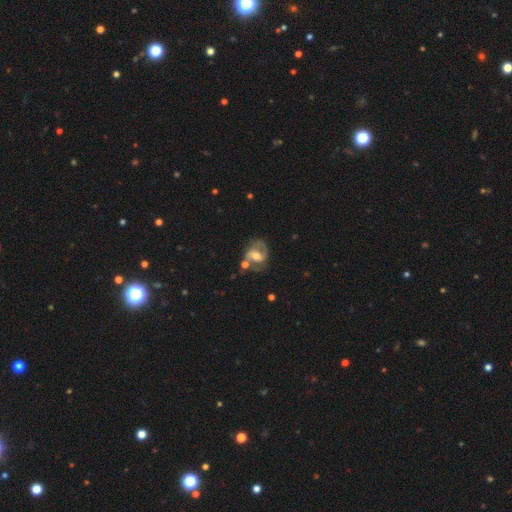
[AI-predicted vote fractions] smooth_or_featured: featured or disk (p=0.75) [alt: smooth p=0.18]
disk_edge_on: no (p=0.96) [alt: yes p=0.04]
bar: weak (p=0.42) [alt: strong p=0.35]
has_spiral_arms: yes (p=0.85) [alt: no p=0.15]
spiral_winding: medium (p=0.52) [alt: loose p=0.26]
spiral_arm_count: 2 (p=0.82) [alt: can't tell p=0.07]
bulge_size: moderate (p=0.60) [alt: small p=0.29]
merging: none (p=0.54) [alt: minor disturbance p=0.18]